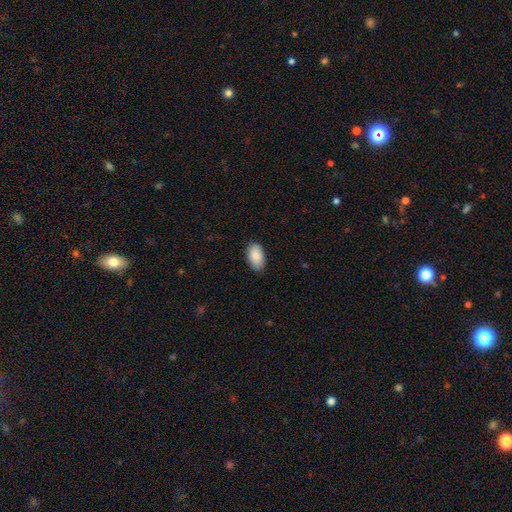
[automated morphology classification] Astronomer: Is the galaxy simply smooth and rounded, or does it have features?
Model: smooth — 88%.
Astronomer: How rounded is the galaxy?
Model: in between — 95%.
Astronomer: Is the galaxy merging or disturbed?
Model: none — 83%.